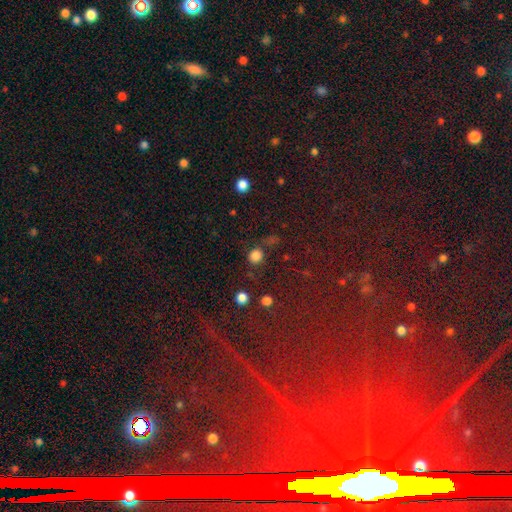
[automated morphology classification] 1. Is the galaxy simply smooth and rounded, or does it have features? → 80% smooth, 16% star or artifact, 5% featured or disk.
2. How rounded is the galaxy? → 86% round, 12% in between, 1% cigar-shaped.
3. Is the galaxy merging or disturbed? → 76% none, 13% minor disturbance, 6% merger, 6% major disturbance.